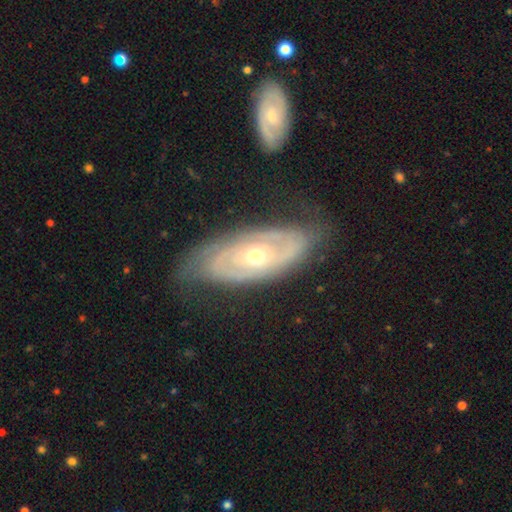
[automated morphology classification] This is clearly a featured or disk galaxy (81%). It is clearly not viewed edge-on (89%). Bar: likely no (74%). Spiral arm pattern: likely yes (78%). Spiral arm count: possibly 2 (49%). Spiral winding: likely tight (67%). Central bulge: likely moderate (64%). Merging: likely none (72%).